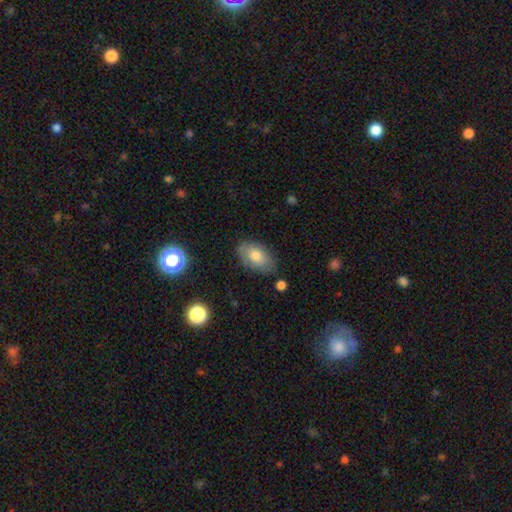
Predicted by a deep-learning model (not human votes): Smooth or featured? Predicted: smooth (p=0.73). How rounded? Predicted: in between (p=0.91). Merging? Predicted: none (p=0.76).